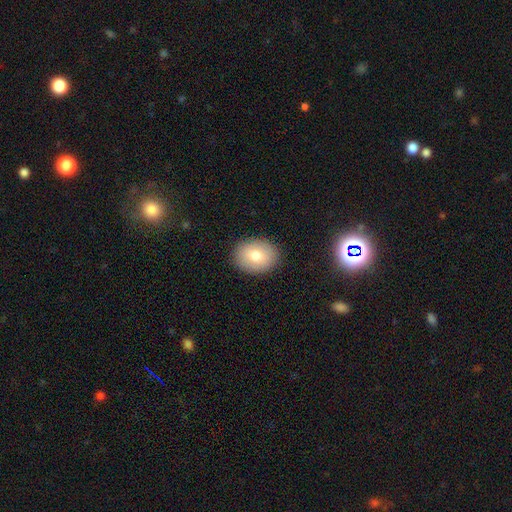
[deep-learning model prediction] Smooth or featured?
  - smooth: 79% *
  - featured or disk: 14%
  - star or artifact: 7%
How rounded?
  - in between: 72% *
  - round: 27%
  - cigar-shaped: 1%
Merging?
  - none: 88% *
  - minor disturbance: 8%
  - major disturbance: 2%
  - merger: 1%